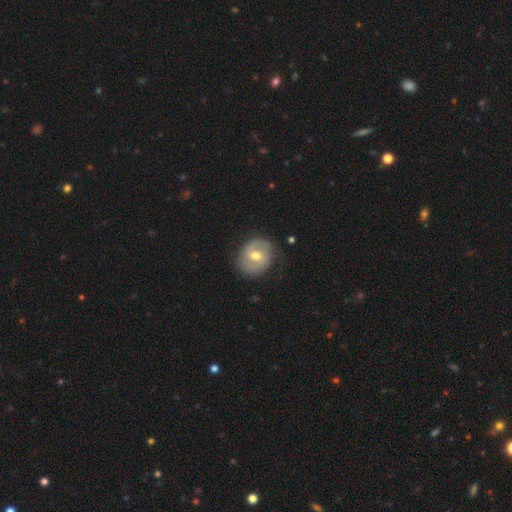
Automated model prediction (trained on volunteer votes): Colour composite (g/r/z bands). It shows a featured or disk galaxy (56%) with a weak bar (51%), spiral arms (68%) and a moderate central bulge (75%). Merging: none (73%).